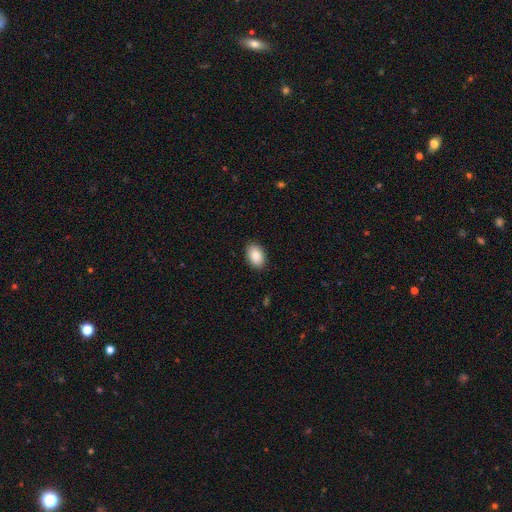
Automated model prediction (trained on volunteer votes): The model was most divided on "how rounded": in between: 90%, round: 9%, cigar-shaped: 1%. More confident: merging — none (89%); smooth or featured — smooth (89%).